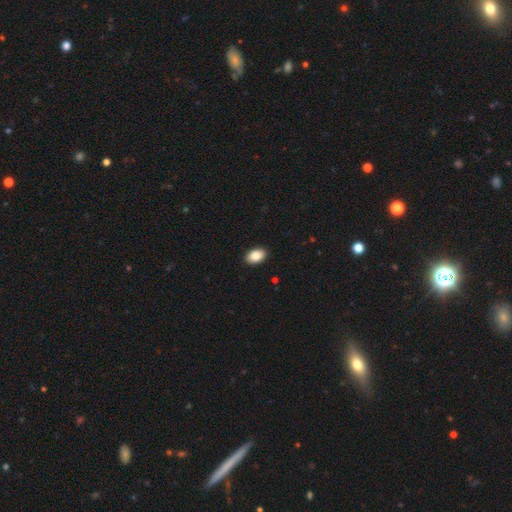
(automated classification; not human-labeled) Smooth or featured: smooth — 86% (star or artifact — 7%)
How rounded: in between — 89% (round — 10%)
Merging: none — 91% (minor disturbance — 6%)